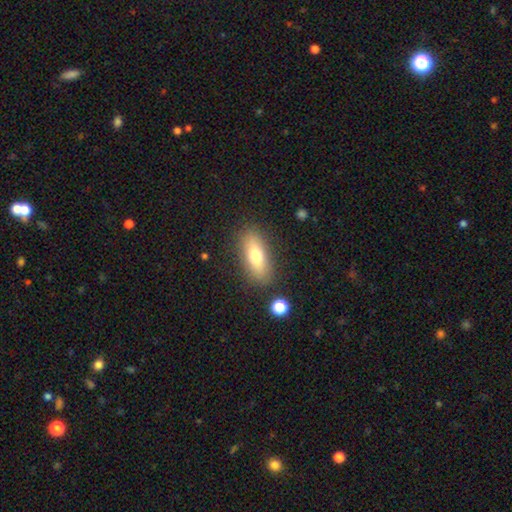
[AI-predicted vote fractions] Smooth or featured? Predicted: smooth (p=0.69). How rounded? Predicted: in between (p=0.73). Merging? Predicted: none (p=0.84).